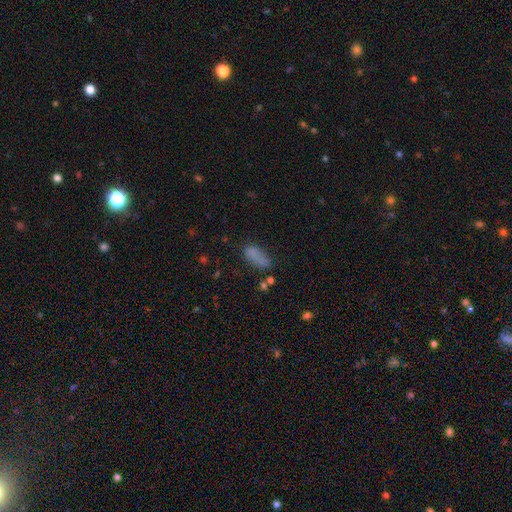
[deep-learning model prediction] This is likely a smooth galaxy (75%). How rounded: likely in between (80%). Merging: possibly none (49%).